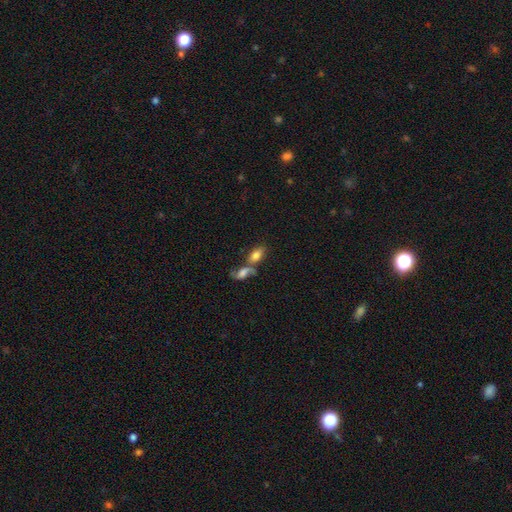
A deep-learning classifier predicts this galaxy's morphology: smooth_or_featured: smooth (p=0.73) [alt: featured or disk p=0.18]
how_rounded: in between (p=0.88) [alt: cigar-shaped p=0.06]
merging: merger (p=0.48) [alt: none p=0.35]